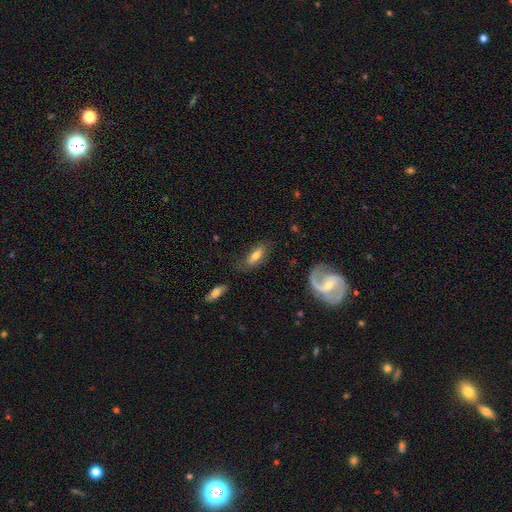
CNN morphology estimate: This is possibly a smooth galaxy (59%). How rounded: likely in between (72%). Merging: likely none (64%).